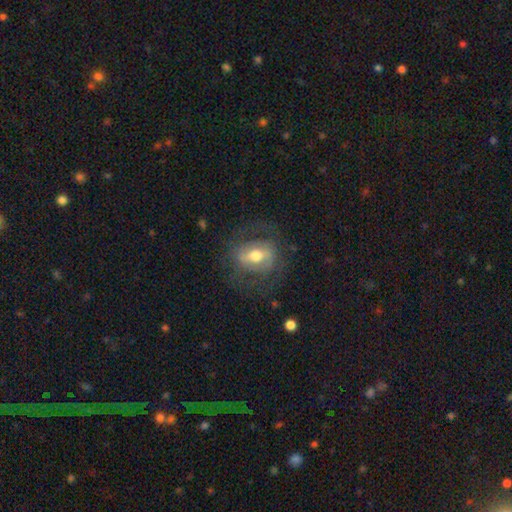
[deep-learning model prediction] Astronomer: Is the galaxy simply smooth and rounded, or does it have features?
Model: featured or disk — 59%.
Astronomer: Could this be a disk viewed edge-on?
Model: no — 88%.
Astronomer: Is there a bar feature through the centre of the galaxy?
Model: strong — 45% (runner-up: weak, 35%).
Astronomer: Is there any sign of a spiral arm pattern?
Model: no — 56% (runner-up: yes, 44%).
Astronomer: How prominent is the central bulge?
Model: moderate — 70%.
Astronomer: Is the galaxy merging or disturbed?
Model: none — 68%.